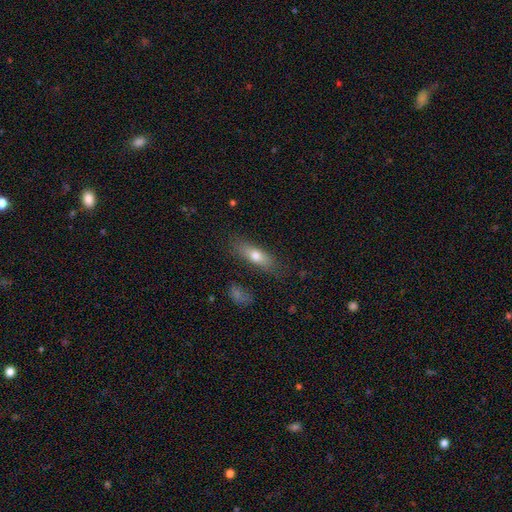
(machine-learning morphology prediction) Overall: smooth (70%). How rounded: in between (54%; cigar-shaped 43%). Merging: none (76%).